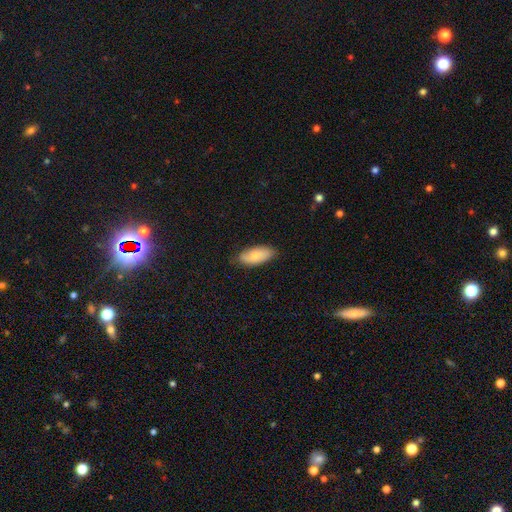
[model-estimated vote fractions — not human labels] Smooth or featured?
  - smooth: 79% *
  - featured or disk: 15%
  - star or artifact: 6%
How rounded?
  - in between: 89% *
  - cigar-shaped: 9%
  - round: 2%
Merging?
  - none: 80% *
  - minor disturbance: 16%
  - major disturbance: 2%
  - merger: 1%